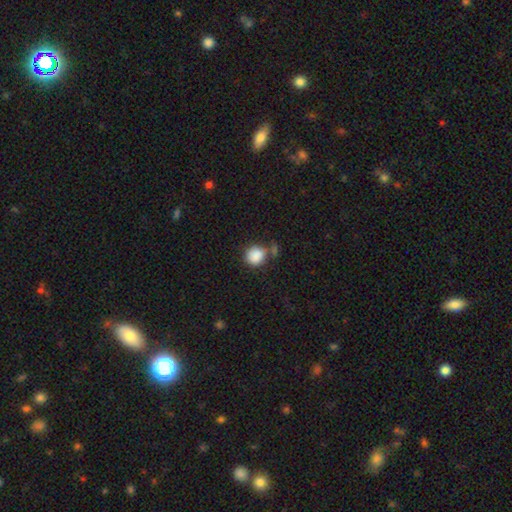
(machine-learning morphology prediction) Smooth or featured?
  - smooth: 87% *
  - star or artifact: 8%
  - featured or disk: 5%
How rounded?
  - round: 81% *
  - in between: 18%
  - cigar-shaped: 1%
Merging?
  - none: 57% *
  - minor disturbance: 20%
  - merger: 16%
  - major disturbance: 8%